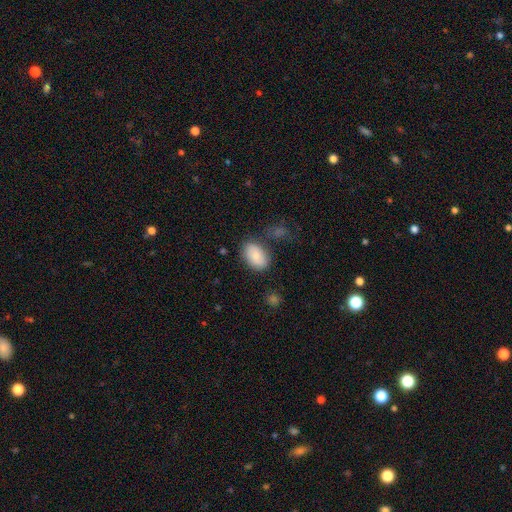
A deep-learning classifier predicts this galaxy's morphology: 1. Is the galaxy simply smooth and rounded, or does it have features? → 82% smooth, 11% featured or disk, 7% star or artifact.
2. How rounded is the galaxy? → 90% in between, 8% round, 1% cigar-shaped.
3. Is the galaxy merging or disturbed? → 72% none, 17% minor disturbance, 6% merger, 5% major disturbance.